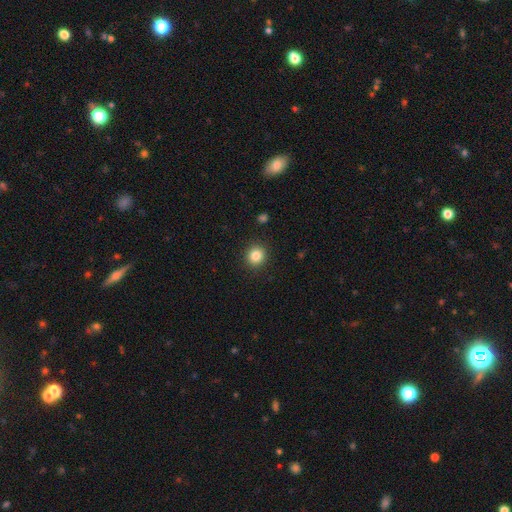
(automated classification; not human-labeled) smooth_or_featured: smooth (p=0.84) [alt: star or artifact p=0.11]
how_rounded: round (p=0.90) [alt: in between p=0.09]
merging: none (p=0.91) [alt: minor disturbance p=0.05]